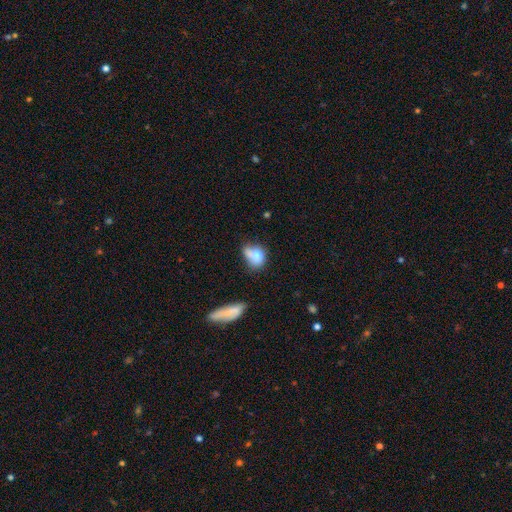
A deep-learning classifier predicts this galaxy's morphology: smooth_or_featured: smooth (p=0.72) [alt: featured or disk p=0.18]
how_rounded: in between (p=0.62) [alt: round p=0.36]
merging: none (p=0.31) [alt: minor disturbance p=0.29]